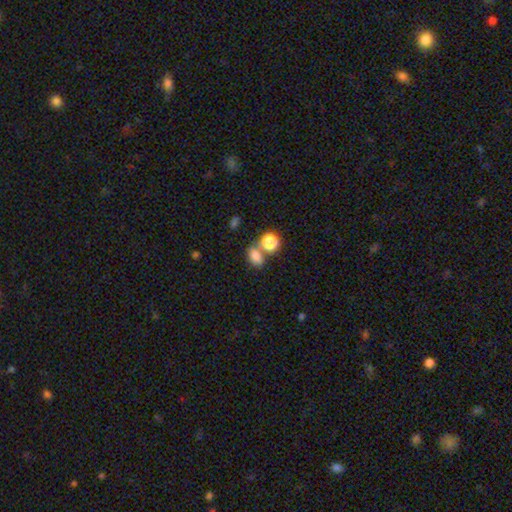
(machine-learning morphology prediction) Smooth or featured? smooth (79%)
How rounded? in between (71%)
Merging? none (51%)